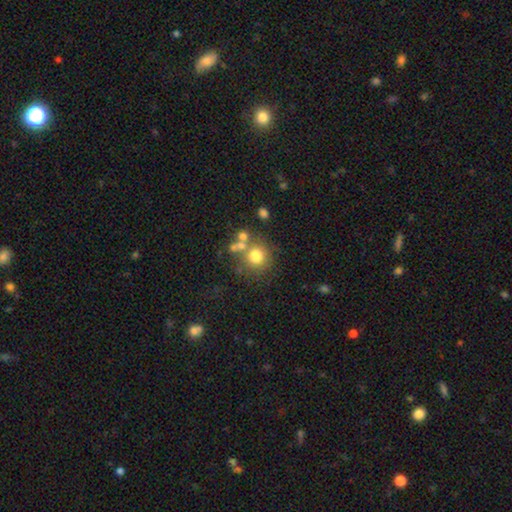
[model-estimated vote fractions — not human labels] A smooth galaxy with no disk features (71%) that is round (90%). Merging: none (60%).